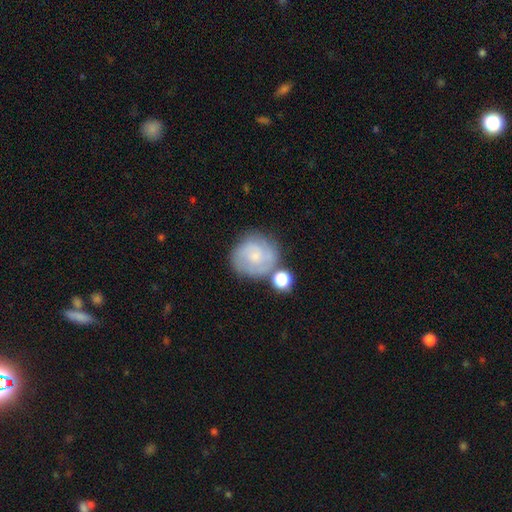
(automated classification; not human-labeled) This is possibly a featured or disk galaxy (54%). It is clearly not viewed edge-on (98%). Bar: likely no (73%). Spiral arm pattern: clearly yes (82%). Central bulge: likely small (65%). Merging: likely none (60%).